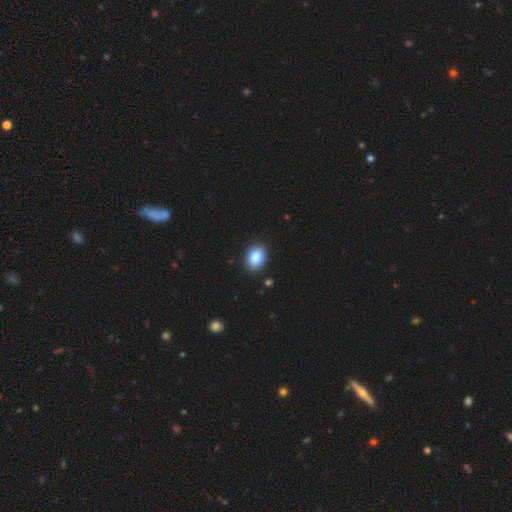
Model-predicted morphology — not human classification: The model was most divided on "how rounded": in between: 65%, round: 34%, cigar-shaped: 1%. More confident: merging — none (88%); smooth or featured — smooth (86%).